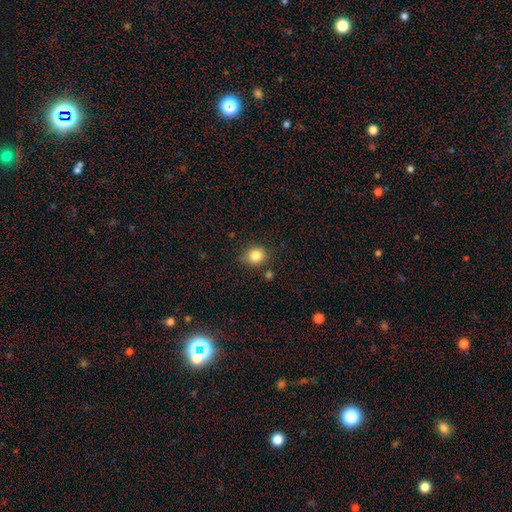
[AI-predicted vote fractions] Q: Smooth or featured?
A: smooth (84%); runner-up: star or artifact (11%)
Q: How rounded?
A: round (80%); runner-up: in between (19%)
Q: Merging?
A: none (79%); runner-up: minor disturbance (14%)